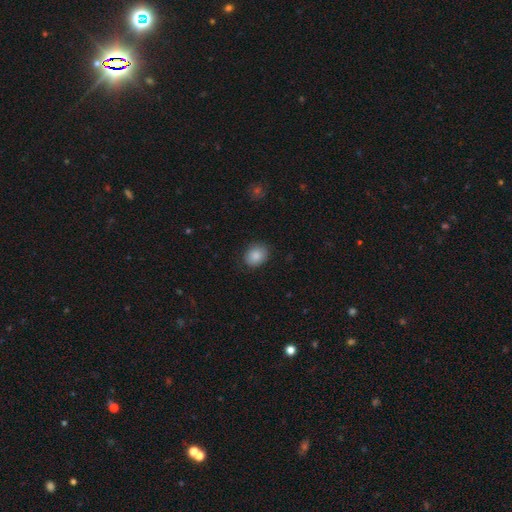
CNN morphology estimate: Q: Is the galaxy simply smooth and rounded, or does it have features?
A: smooth — 87%.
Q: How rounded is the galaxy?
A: round — 50%.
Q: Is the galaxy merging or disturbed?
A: none — 82%.